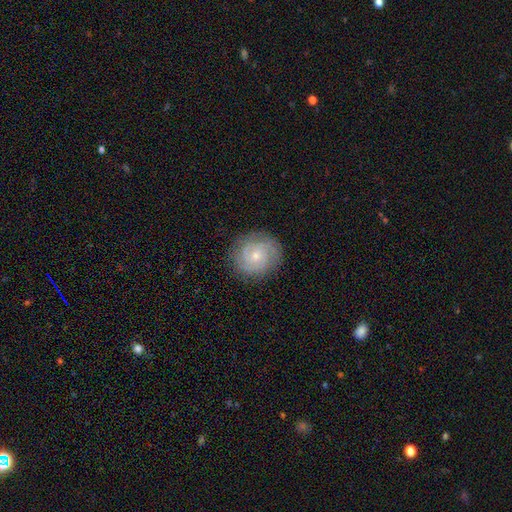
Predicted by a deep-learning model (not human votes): This is likely a featured or disk galaxy (74%). It is clearly not viewed edge-on (98%). Bar: likely no (77%). Spiral arm pattern: clearly yes (94%). Spiral arm count: marginally 2 (37%). Spiral winding: likely tight (71%). Central bulge: likely small (69%). Merging: clearly none (84%).